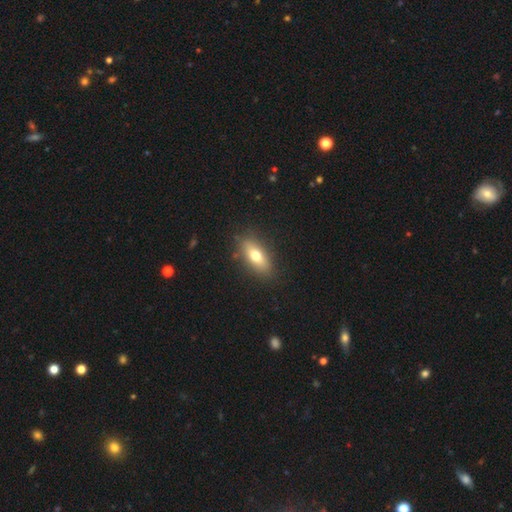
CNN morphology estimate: smooth 68%, featured or disk 25%, star or artifact 8%. Down the decision tree: how rounded — in between (74%); merging — none (86%).